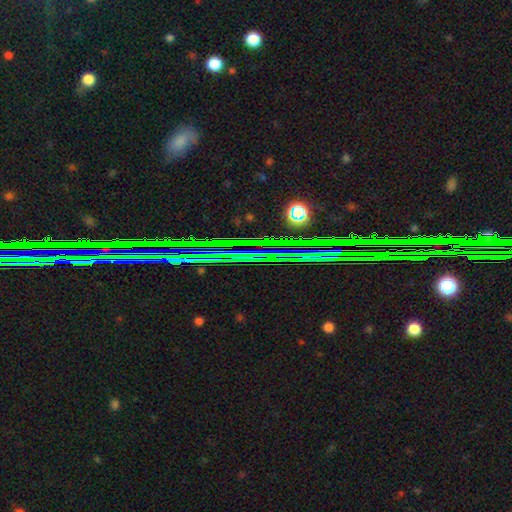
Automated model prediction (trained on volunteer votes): Smooth or featured? star or artifact (79%)